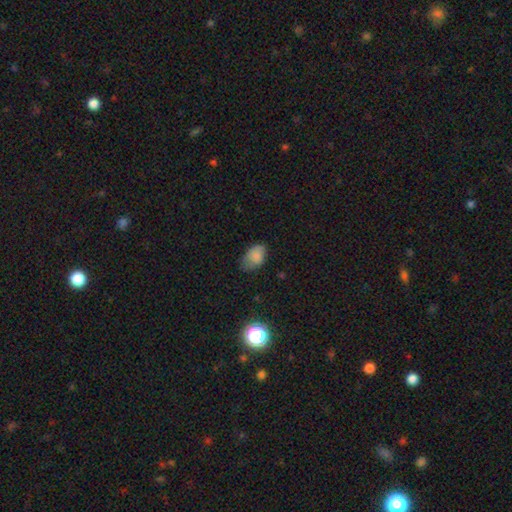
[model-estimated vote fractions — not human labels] This appears to be a smooth galaxy with no disk features (80%) that is in between round and cigar-shaped (88%). Merging: none (58%).